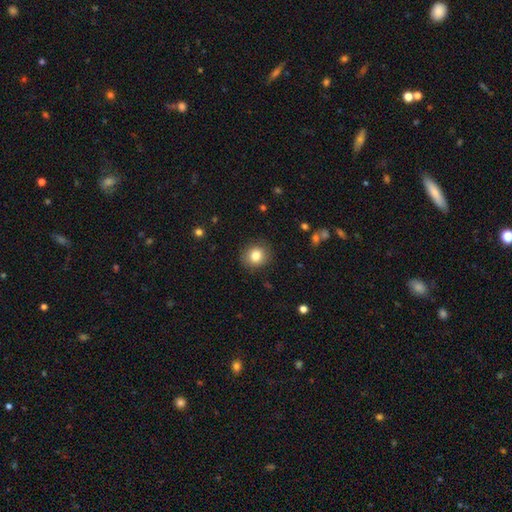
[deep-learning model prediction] smooth 82%, star or artifact 10%, featured or disk 8%. Down the decision tree: how rounded — round (85%); merging — none (88%).